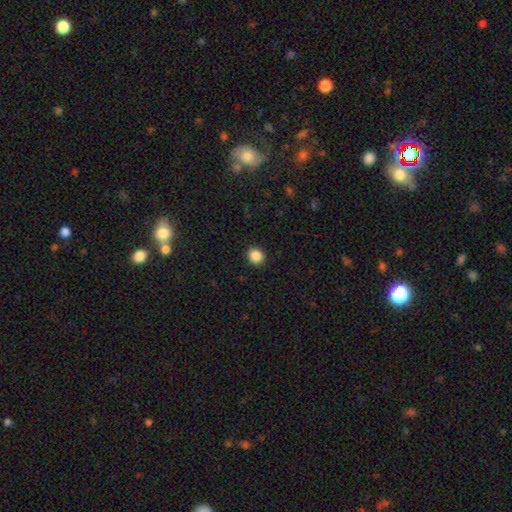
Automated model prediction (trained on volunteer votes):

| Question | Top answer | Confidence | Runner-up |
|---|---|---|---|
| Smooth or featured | smooth | 87% | star or artifact (10%) |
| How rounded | round | 80% | in between (19%) |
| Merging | none | 91% | minor disturbance (6%) |